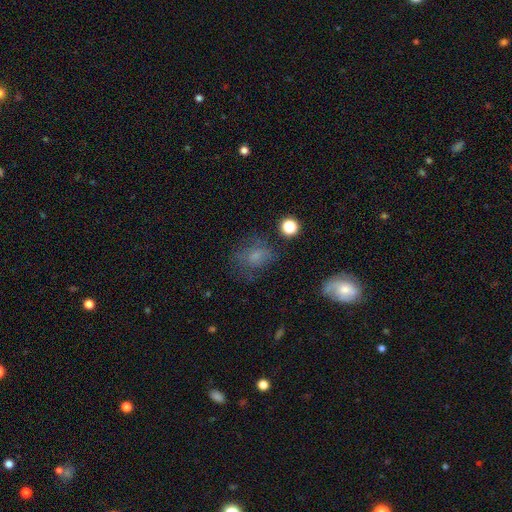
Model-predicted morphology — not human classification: A smooth galaxy with no disk features (59%) that is round (54%).

Vote fractions:
- Smooth or featured? smooth: 59% / featured or disk: 24% / star or artifact: 17%
- How rounded? round: 54% / in between: 45% / cigar-shaped: 2%
- Merging? none: 56% / minor disturbance: 22% / major disturbance: 18% / merger: 3%